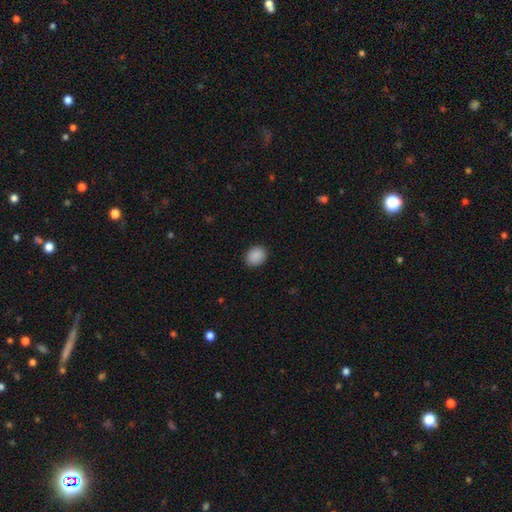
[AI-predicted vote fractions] The model was most divided on "how rounded": round: 54%, in between: 46%, cigar-shaped: 1%. More confident: smooth or featured — smooth (90%); merging — none (89%).